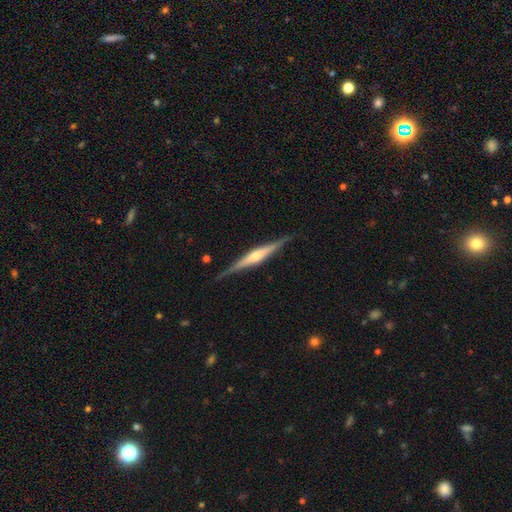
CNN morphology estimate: Overall: featured or disk (76%). Edge-on disk: yes (98%). Edge-on bulge: rounded (69%). Merging: none (87%).